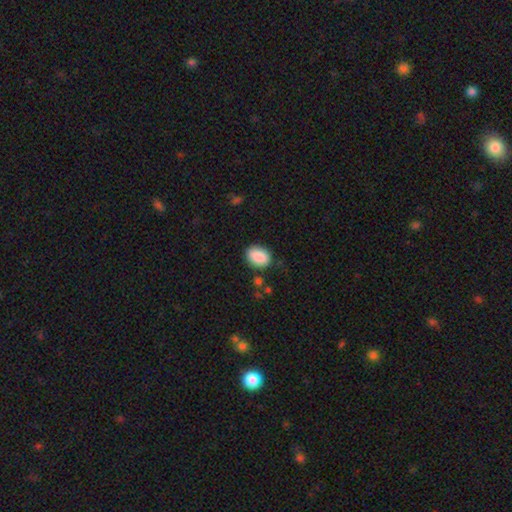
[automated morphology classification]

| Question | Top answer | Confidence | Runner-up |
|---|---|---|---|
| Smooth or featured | smooth | 89% | star or artifact (8%) |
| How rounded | in between | 74% | round (25%) |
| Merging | none | 81% | minor disturbance (13%) |